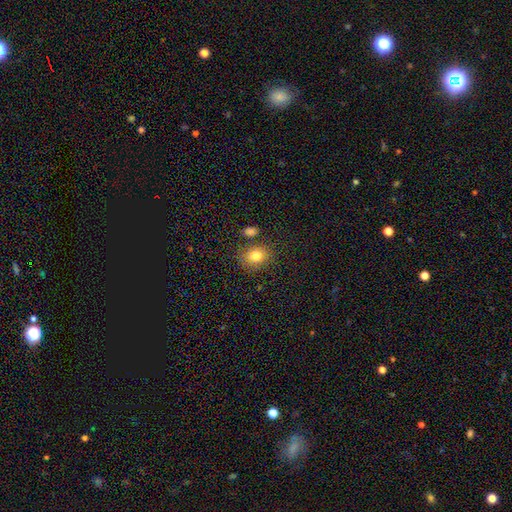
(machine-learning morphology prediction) smooth_or_featured: smooth (p=0.81) [alt: star or artifact p=0.10]
how_rounded: round (p=0.50) [alt: in between p=0.49]
merging: none (p=0.75) [alt: minor disturbance p=0.13]